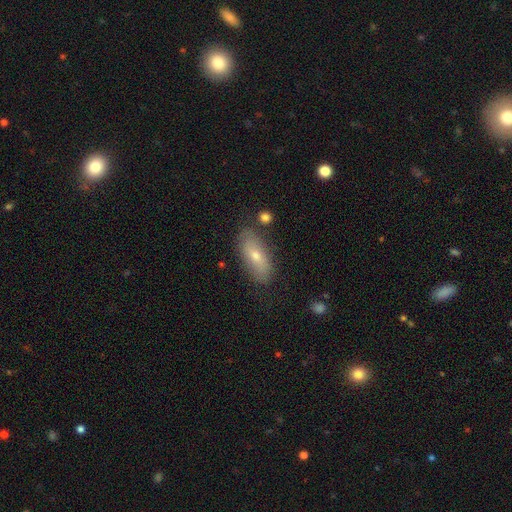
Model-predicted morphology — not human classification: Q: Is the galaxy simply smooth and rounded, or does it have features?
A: smooth — 61%.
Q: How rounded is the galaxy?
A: in between — 80%.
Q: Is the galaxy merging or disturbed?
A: none — 78%.